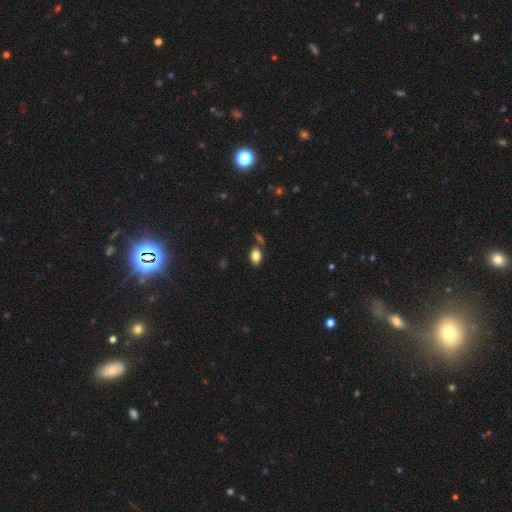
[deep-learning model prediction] Smooth or featured? smooth (82%)
How rounded? in between (85%)
Merging? none (71%)